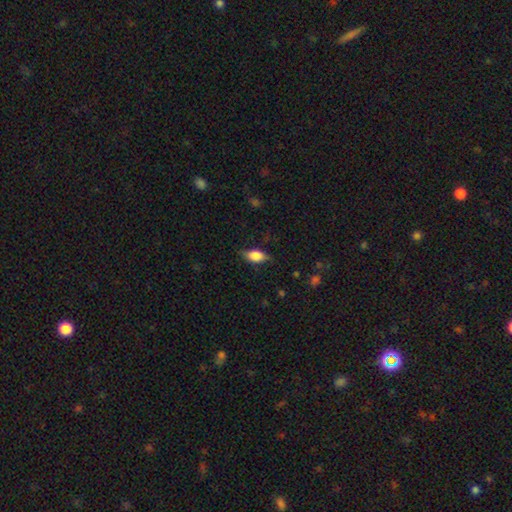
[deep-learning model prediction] Smooth or featured? smooth (80%)
How rounded? in between (86%)
Merging? none (75%)